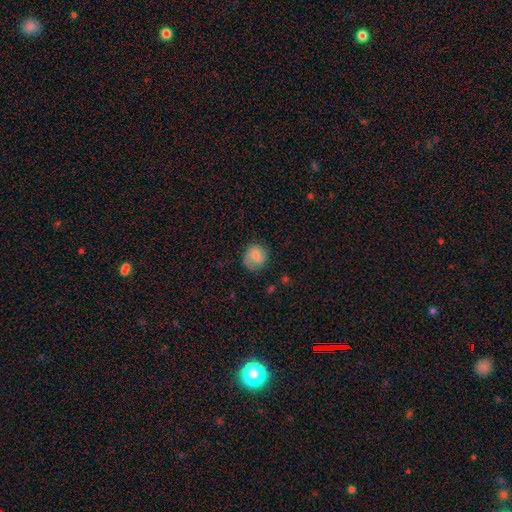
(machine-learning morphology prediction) The model was most divided on "smooth or featured": smooth: 72%, featured or disk: 20%, star or artifact: 8%. More confident: how rounded — round (81%); merging — none (72%).